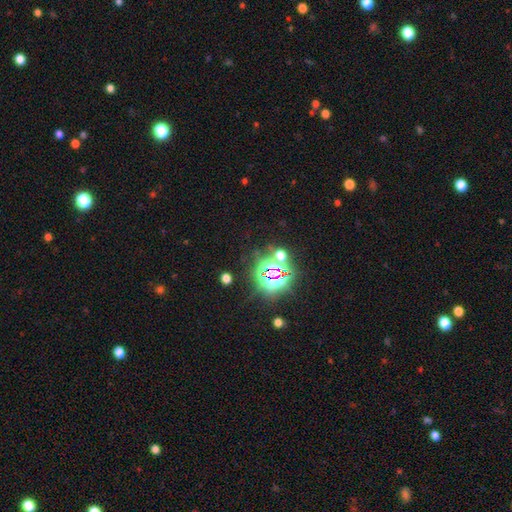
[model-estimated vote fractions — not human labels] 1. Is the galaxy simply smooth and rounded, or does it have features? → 83% star or artifact, 11% smooth, 6% featured or disk.